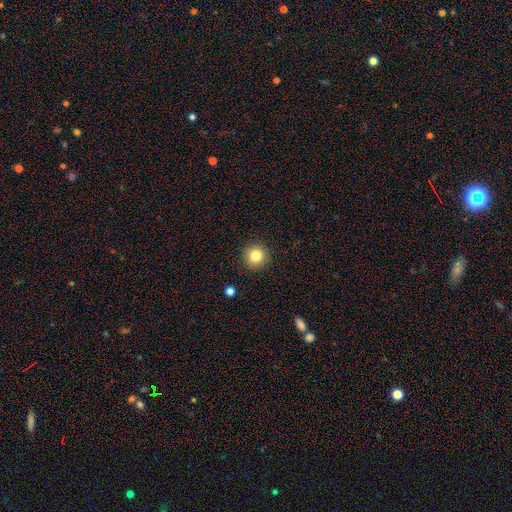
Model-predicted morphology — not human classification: Q: Smooth or featured?
A: smooth (82%); runner-up: star or artifact (11%)
Q: How rounded?
A: round (95%); runner-up: in between (4%)
Q: Merging?
A: none (91%); runner-up: minor disturbance (6%)